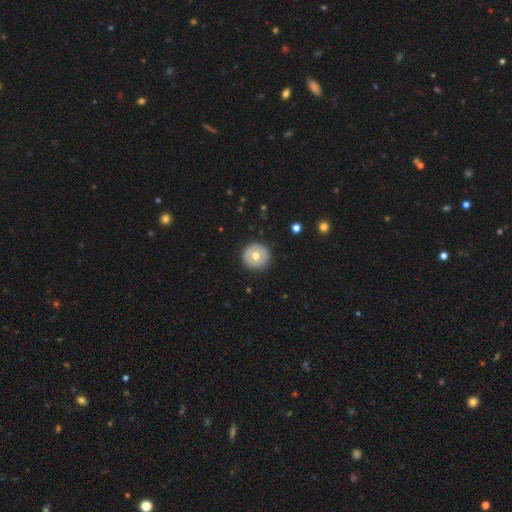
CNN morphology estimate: smooth_or_featured: smooth (p=0.57) [alt: featured or disk p=0.36]
how_rounded: round (p=0.95) [alt: in between p=0.04]
merging: none (p=0.90) [alt: minor disturbance p=0.07]